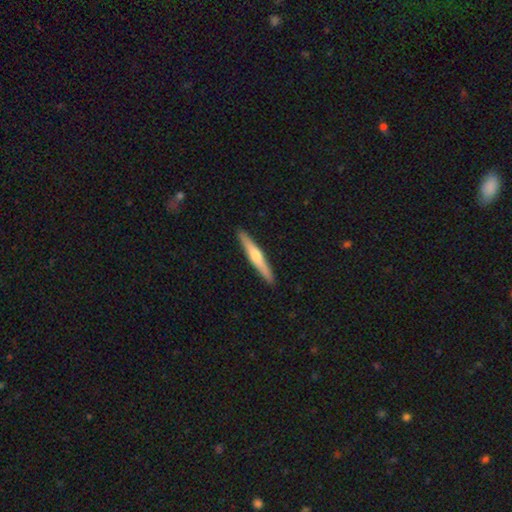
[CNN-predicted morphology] A featured or disk galaxy (56%) viewed edge-on (97%) with a rounded central bulge (86%). Merging: none (92%).